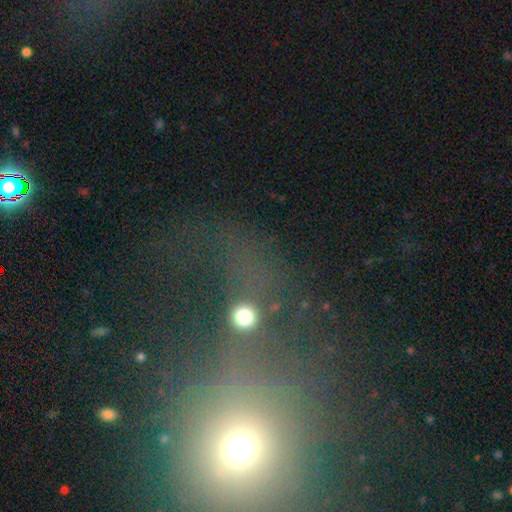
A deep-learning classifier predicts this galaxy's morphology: This is marginally a smooth galaxy (40%). Merging: marginally major disturbance (38%).